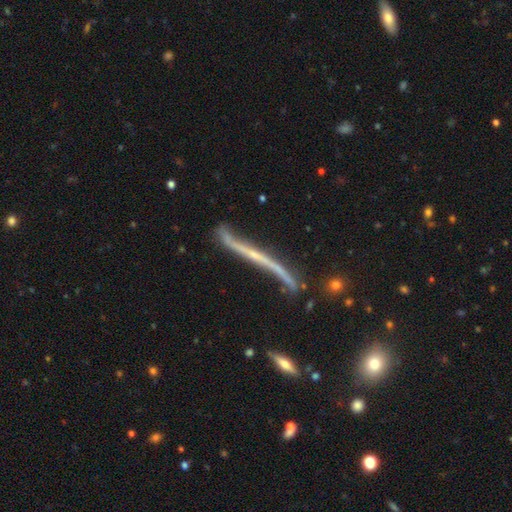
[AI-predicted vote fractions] Q: Smooth or featured?
A: featured or disk (77%); runner-up: smooth (14%)
Q: Edge-on disk?
A: yes (84%); runner-up: no (16%)
Q: Edge-on bulge?
A: none (60%); runner-up: rounded (33%)
Q: Merging?
A: none (58%); runner-up: minor disturbance (25%)